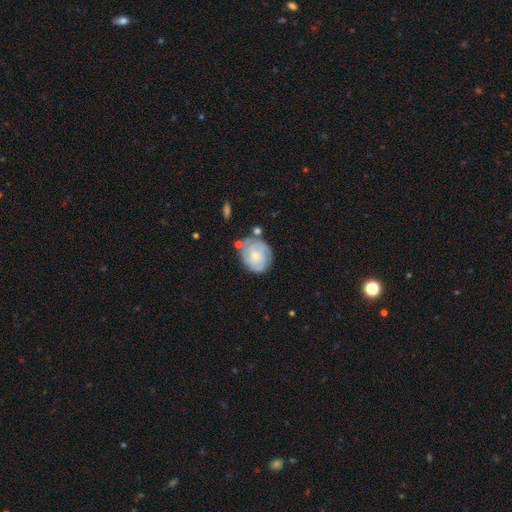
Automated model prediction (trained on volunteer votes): Q: Smooth or featured?
A: featured or disk (65%); runner-up: smooth (28%)
Q: Edge-on disk?
A: no (97%); runner-up: yes (3%)
Q: Bar?
A: no (78%); runner-up: weak (19%)
Q: Spiral arms?
A: yes (87%); runner-up: no (13%)
Q: Spiral winding?
A: tight (67%); runner-up: medium (25%)
Q: Spiral arm count?
A: can't tell (42%); runner-up: 3 (21%)
Q: Bulge size?
A: small (61%); runner-up: moderate (32%)
Q: Merging?
A: none (64%); runner-up: minor disturbance (21%)